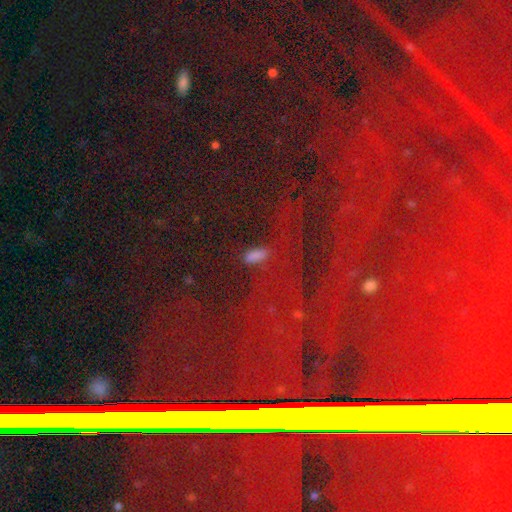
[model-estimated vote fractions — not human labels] Morphology: type=star or artifact (77%).